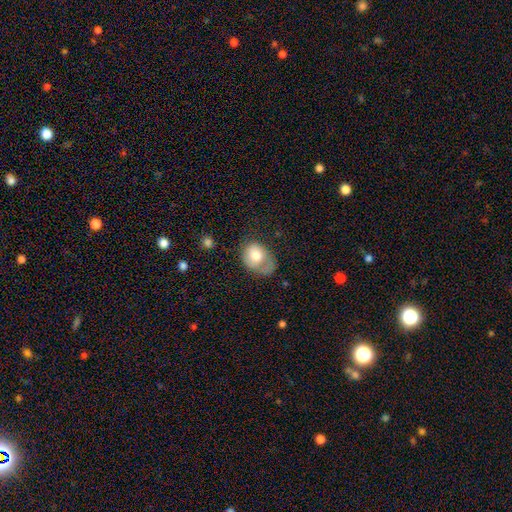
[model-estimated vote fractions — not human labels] Smooth or featured? Predicted: smooth (p=0.70). How rounded? Predicted: in between (p=0.68). Merging? Predicted: minor disturbance (p=0.33, tied with major disturbance).